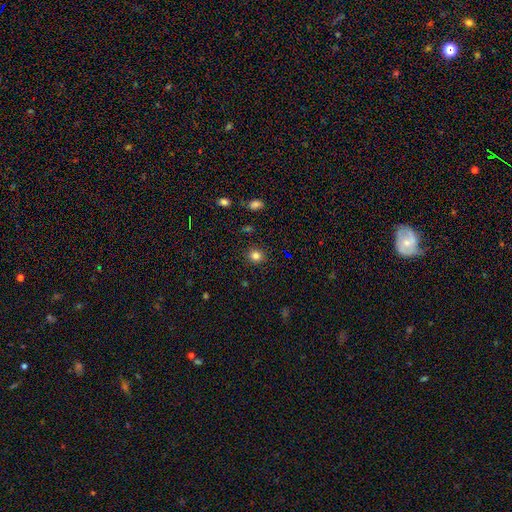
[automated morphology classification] smooth 82%, star or artifact 13%, featured or disk 5%. Down the decision tree: how rounded — round (84%); merging — none (89%).